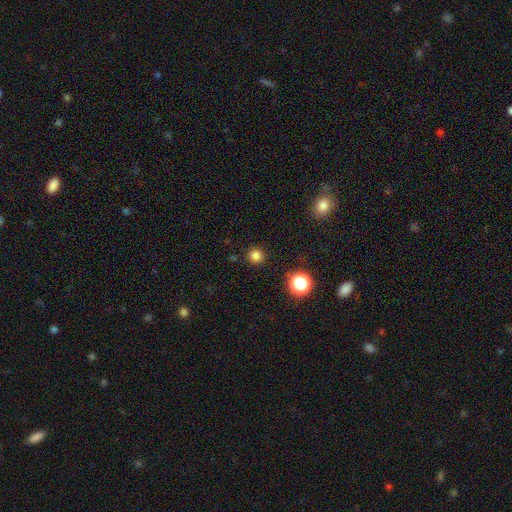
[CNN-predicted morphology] Q: Smooth or featured?
A: smooth (81%); runner-up: star or artifact (16%)
Q: How rounded?
A: round (94%); runner-up: in between (5%)
Q: Merging?
A: none (91%); runner-up: minor disturbance (6%)